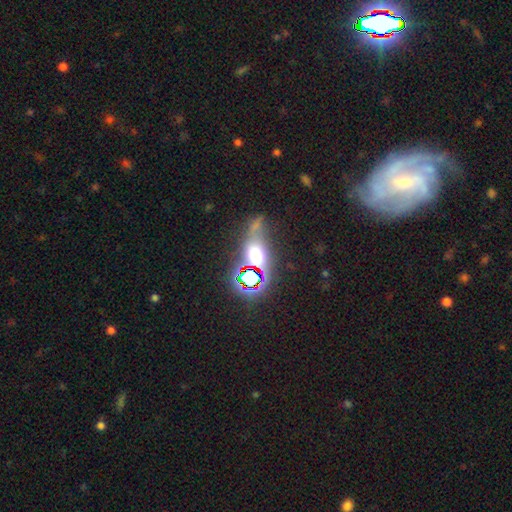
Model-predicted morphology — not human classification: Smooth or featured?
  - star or artifact: 38% *
  - smooth: 35%
  - featured or disk: 27%